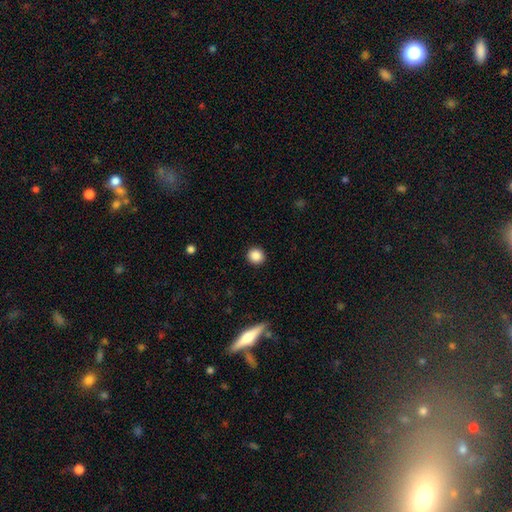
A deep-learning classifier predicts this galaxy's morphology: Smooth or featured? Predicted: smooth (p=0.87). How rounded? Predicted: round (p=0.93). Merging? Predicted: none (p=0.93).